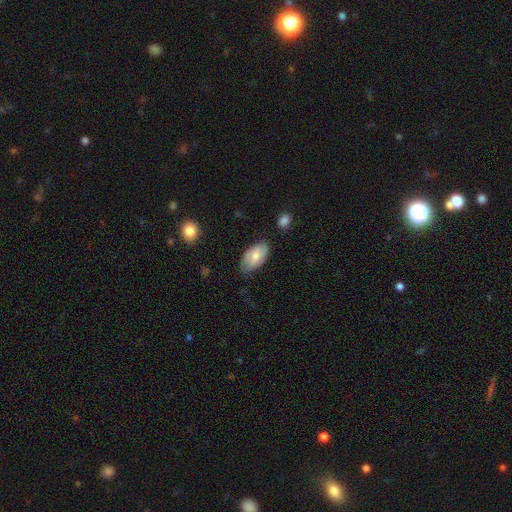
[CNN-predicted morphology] A smooth galaxy with no disk features (73%) that is in between round and cigar-shaped (95%). Merging: none (70%).